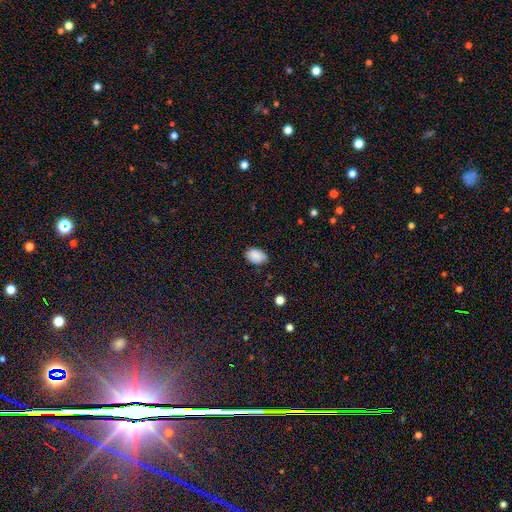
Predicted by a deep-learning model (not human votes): Overall: smooth (87%). How rounded: in between (86%). Merging: none (75%).